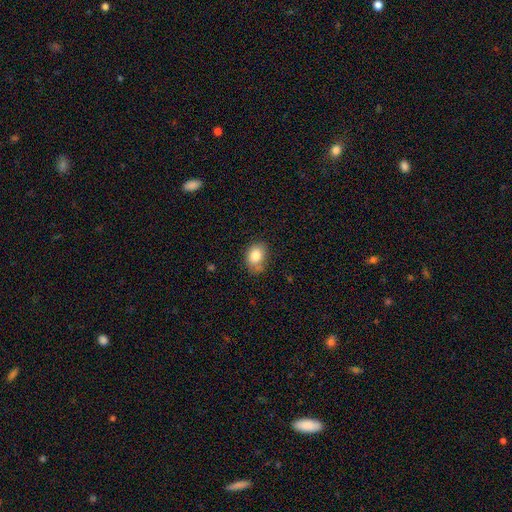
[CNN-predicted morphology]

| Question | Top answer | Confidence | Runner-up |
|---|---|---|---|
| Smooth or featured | smooth | 81% | featured or disk (9%) |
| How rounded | in between | 64% | round (36%) |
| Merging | none | 64% | minor disturbance (26%) |